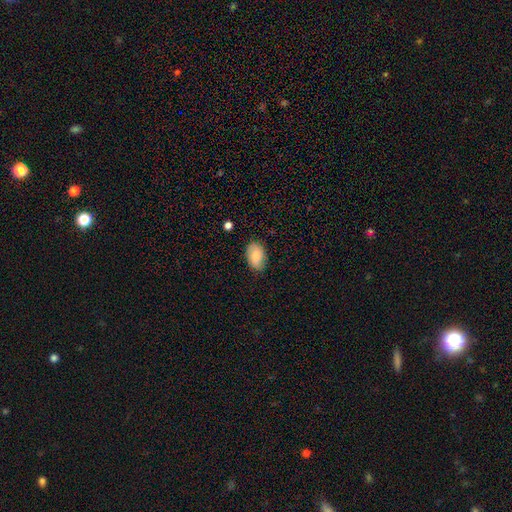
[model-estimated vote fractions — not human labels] Morphology: type=smooth (80%); roundness=in between (90%); merging=none (81%).